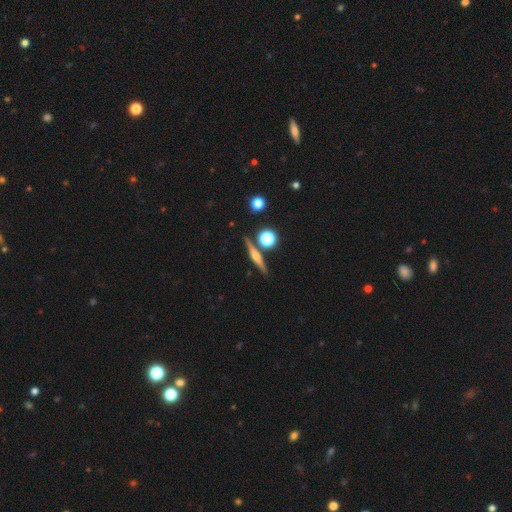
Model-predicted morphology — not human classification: This is likely a featured or disk galaxy (68%). It is clearly viewed edge-on (97%). Edge-on bulge: clearly rounded (86%). Merging: clearly none (84%).